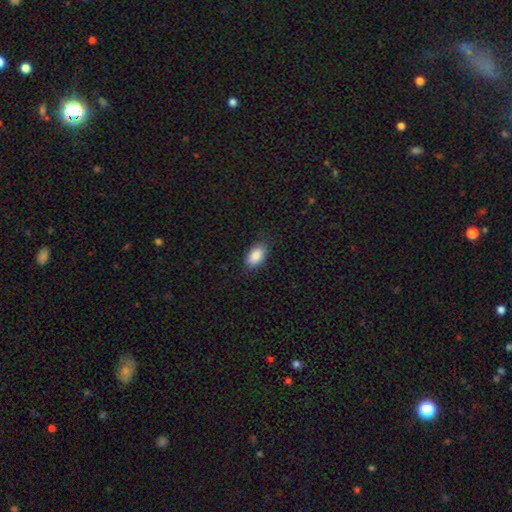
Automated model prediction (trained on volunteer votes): Morphology: type=smooth (88%); roundness=in between (93%); merging=none (85%).